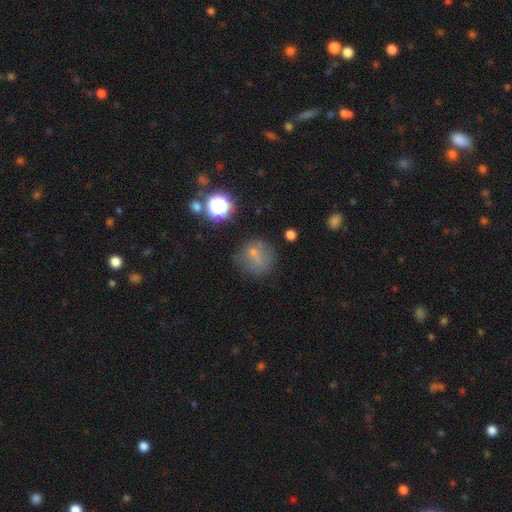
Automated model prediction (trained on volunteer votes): The model was most divided on "smooth or featured": smooth: 61%, star or artifact: 20%, featured or disk: 19%. More confident: how rounded — round (84%); merging — none (63%).